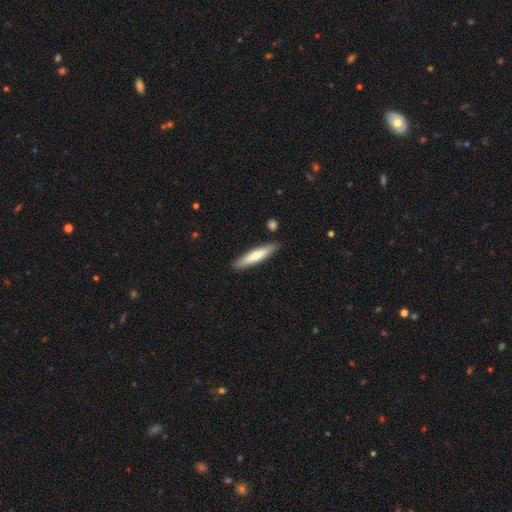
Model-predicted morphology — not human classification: A smooth galaxy with no disk features (62%) that is cigar-shaped (87%).

Vote fractions:
- Smooth or featured? smooth: 62% / featured or disk: 33% / star or artifact: 5%
- How rounded? cigar-shaped: 87% / in between: 12% / round: 1%
- Merging? none: 88% / minor disturbance: 8% / merger: 2% / major disturbance: 2%